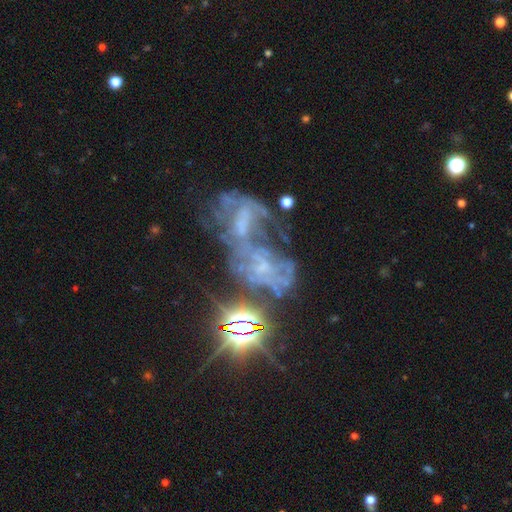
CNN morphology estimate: Q: Smooth or featured?
A: featured or disk (58%); runner-up: star or artifact (29%)
Q: Edge-on disk?
A: no (94%); runner-up: yes (6%)
Q: Bar?
A: no (55%); runner-up: weak (29%)
Q: Spiral arms?
A: yes (67%); runner-up: no (33%)
Q: Bulge size?
A: small (58%); runner-up: moderate (20%)
Q: Merging?
A: merger (39%); runner-up: none (28%)